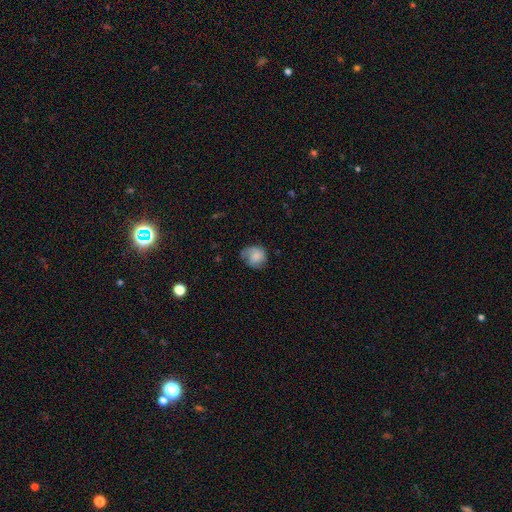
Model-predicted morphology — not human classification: Smooth or featured? Predicted: smooth (p=0.64). How rounded? Predicted: round (p=0.69). Merging? Predicted: none (p=0.53).